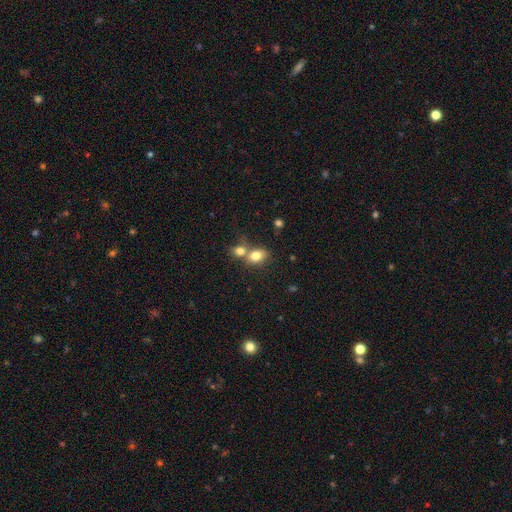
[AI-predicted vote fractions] This is likely a smooth galaxy (79%). How rounded: likely in between (67%). Merging: possibly merger (52%).